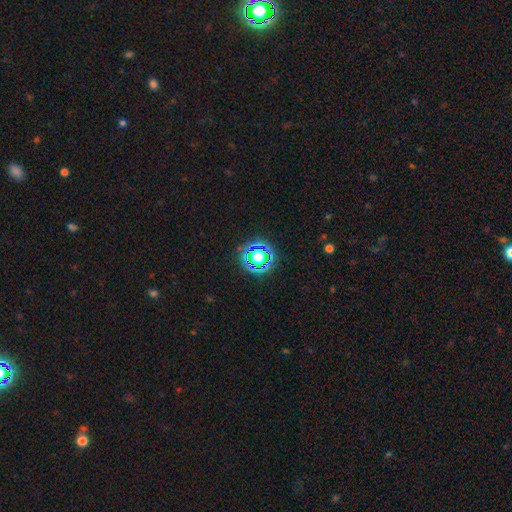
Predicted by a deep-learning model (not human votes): Smooth or featured? Predicted: star or artifact (p=0.47).